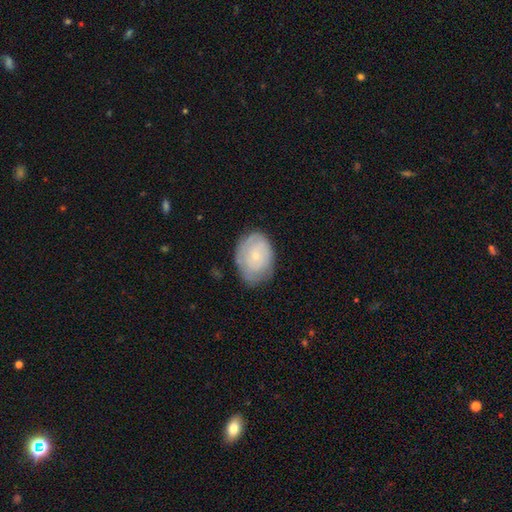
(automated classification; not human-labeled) smooth-or-featured: smooth: 48% | featured or disk: 45% | star or artifact: 7%
  merging: none: 67% | minor disturbance: 24% | major disturbance: 8% | merger: 1%